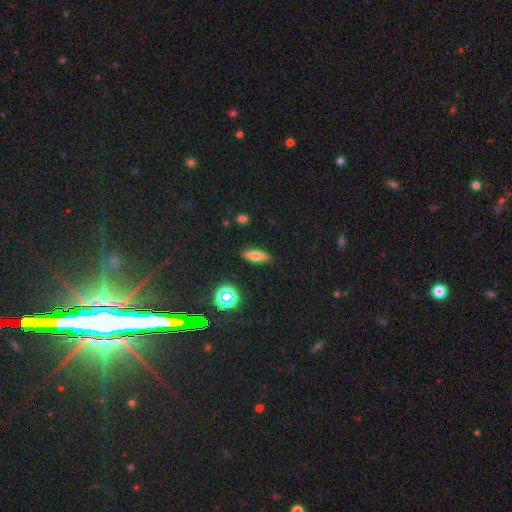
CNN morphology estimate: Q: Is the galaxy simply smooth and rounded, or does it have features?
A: smooth — 70%.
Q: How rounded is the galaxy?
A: in between — 49%.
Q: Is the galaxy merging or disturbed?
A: none — 87%.